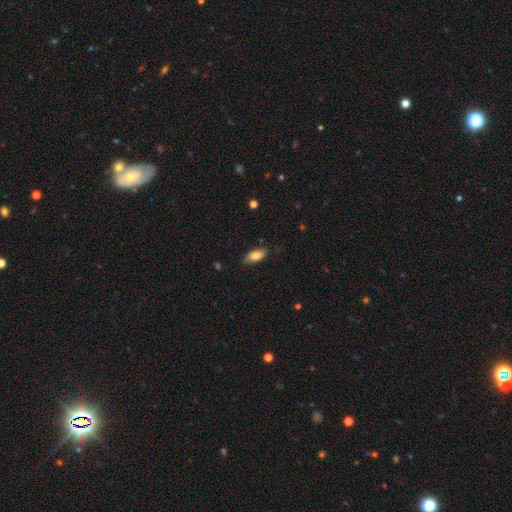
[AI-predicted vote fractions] Smooth or featured: smooth — 80% (featured or disk — 13%)
How rounded: in between — 86% (cigar-shaped — 11%)
Merging: none — 80% (minor disturbance — 16%)